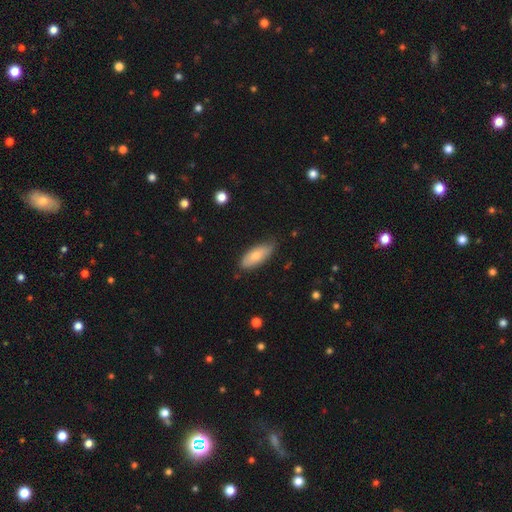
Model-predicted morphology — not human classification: The model was most divided on "merging": none: 73%, minor disturbance: 22%, major disturbance: 3%, merger: 1%. More confident: how rounded — in between (80%); smooth or featured — smooth (75%).